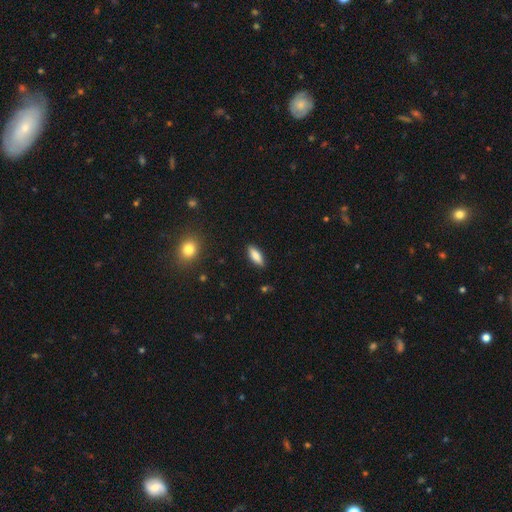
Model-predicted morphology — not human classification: Smooth or featured: smooth — 84% (featured or disk — 10%)
How rounded: in between — 67% (cigar-shaped — 31%)
Merging: none — 88% (minor disturbance — 9%)